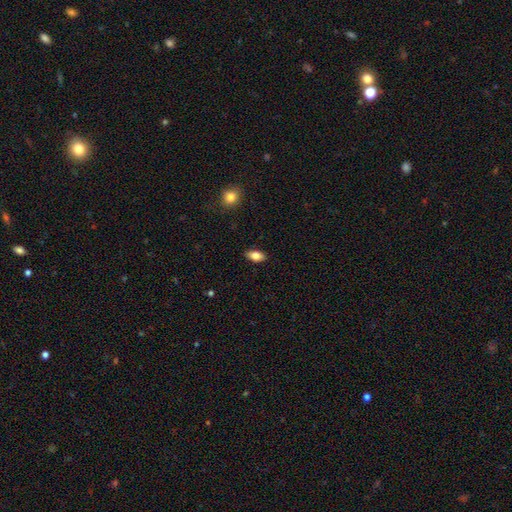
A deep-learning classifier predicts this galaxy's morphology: This appears to be a smooth galaxy with no disk features (81%) that is in between round and cigar-shaped (90%). Merging: none (88%).